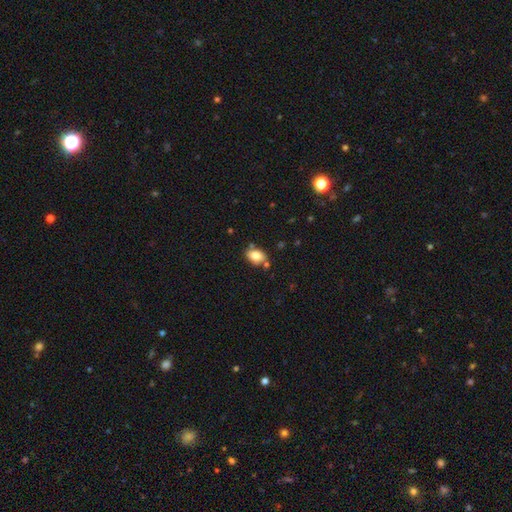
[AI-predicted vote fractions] Smooth or featured?
  - smooth: 80% *
  - featured or disk: 12%
  - star or artifact: 9%
How rounded?
  - in between: 78% *
  - round: 20%
  - cigar-shaped: 2%
Merging?
  - none: 70% *
  - minor disturbance: 16%
  - merger: 10%
  - major disturbance: 3%